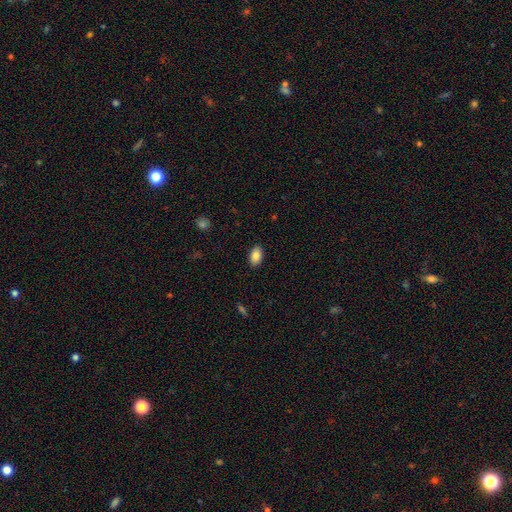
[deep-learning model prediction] Smooth or featured: smooth — 86% (star or artifact — 8%)
How rounded: in between — 92% (round — 7%)
Merging: none — 89% (minor disturbance — 8%)